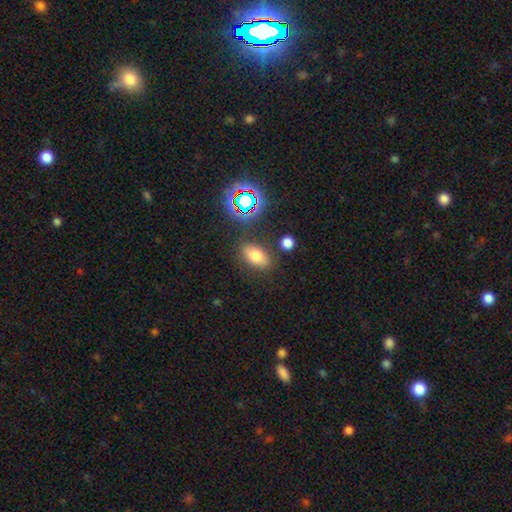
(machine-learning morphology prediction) smooth_or_featured: smooth (p=0.70) [alt: star or artifact p=0.17]
how_rounded: in between (p=0.85) [alt: round p=0.12]
merging: none (p=0.81) [alt: minor disturbance p=0.11]